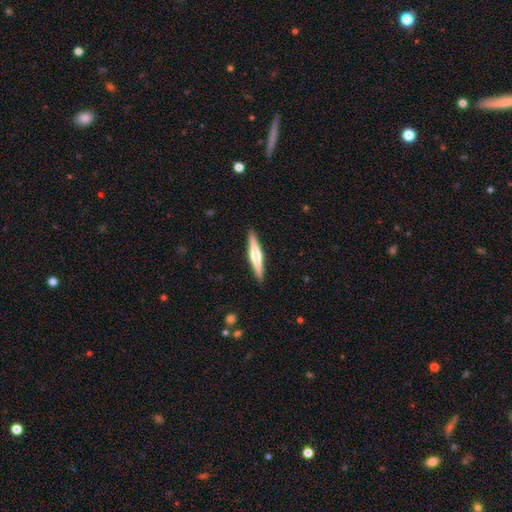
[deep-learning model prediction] Smooth or featured? featured or disk (69%)
Edge-on disk? yes (98%)
Edge-on bulge? rounded (84%)
Merging? none (91%)